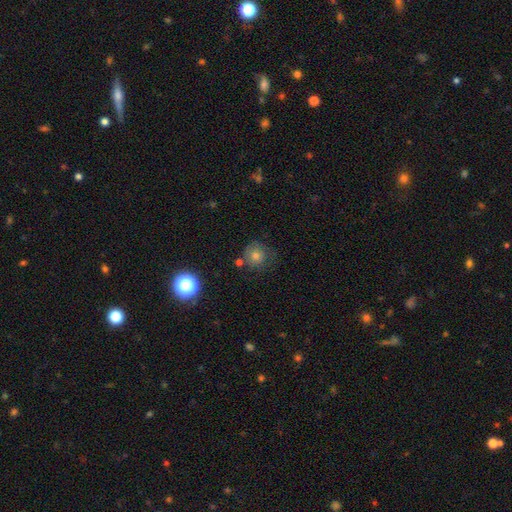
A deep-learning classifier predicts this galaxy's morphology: A smooth galaxy with no disk features (67%) that is round (90%).

Vote fractions:
- Smooth or featured? smooth: 67% / featured or disk: 17% / star or artifact: 16%
- How rounded? round: 90% / in between: 9% / cigar-shaped: 1%
- Merging? none: 68% / minor disturbance: 19% / major disturbance: 7% / merger: 5%